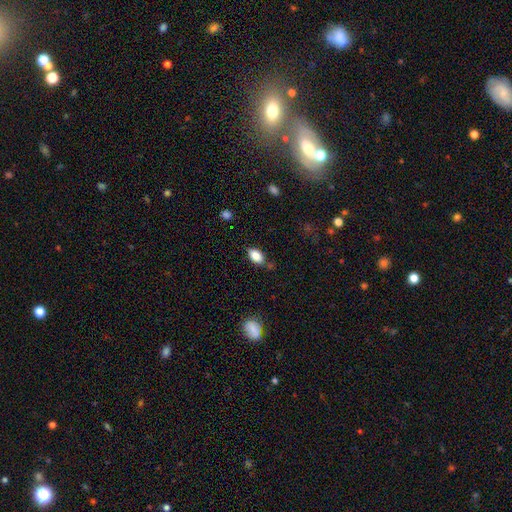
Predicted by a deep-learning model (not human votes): Q: Smooth or featured?
A: smooth (84%); runner-up: star or artifact (8%)
Q: How rounded?
A: in between (90%); runner-up: round (7%)
Q: Merging?
A: none (78%); runner-up: minor disturbance (15%)